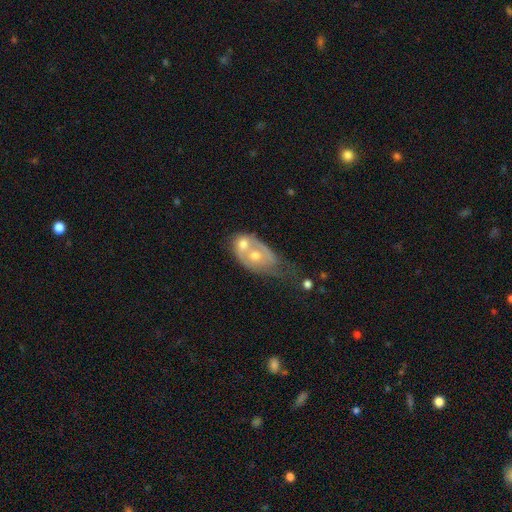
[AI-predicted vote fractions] This is possibly a featured or disk galaxy (57%). It is clearly not viewed edge-on (94%). Bar: clearly no (84%). Spiral arm pattern: possibly no (57%). Central bulge: likely moderate (66%). Merging: possibly merger (60%).